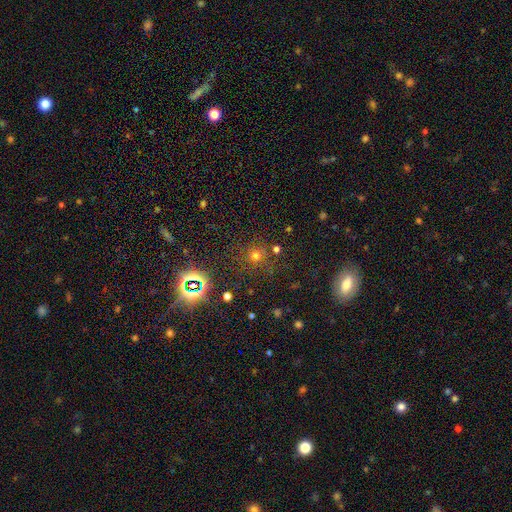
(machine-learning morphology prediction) The model was most divided on "smooth or featured": smooth: 60%, star or artifact: 32%, featured or disk: 8%. More confident: how rounded — round (91%); merging — none (80%).